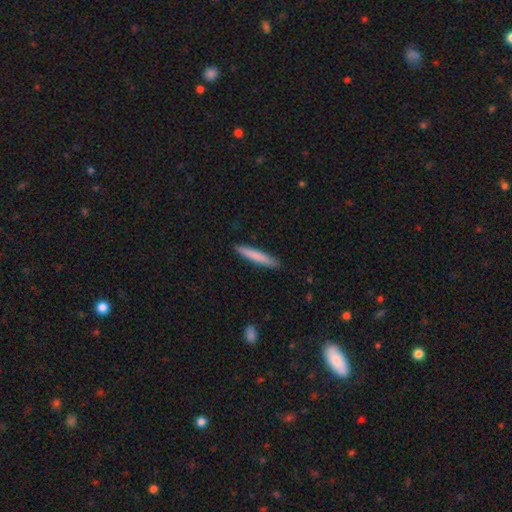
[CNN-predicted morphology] smooth 80%, featured or disk 15%, star or artifact 5%. Down the decision tree: how rounded — cigar-shaped (93%); merging — none (89%).